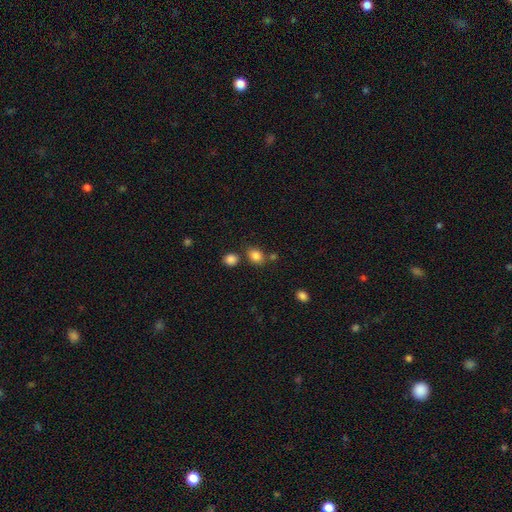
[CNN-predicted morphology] A smooth galaxy with no disk features (84%) that is in between round and cigar-shaped (50%).

Vote fractions:
- Smooth or featured? smooth: 84% / star or artifact: 11% / featured or disk: 5%
- How rounded? in between: 50% / round: 48% / cigar-shaped: 1%
- Merging? none: 70% / merger: 14% / minor disturbance: 12% / major disturbance: 4%